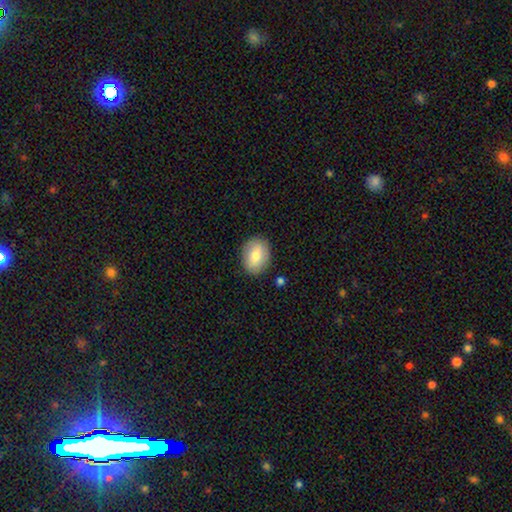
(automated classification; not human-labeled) Smooth or featured: smooth — 72% (featured or disk — 21%)
How rounded: in between — 66% (round — 33%)
Merging: none — 86% (minor disturbance — 10%)